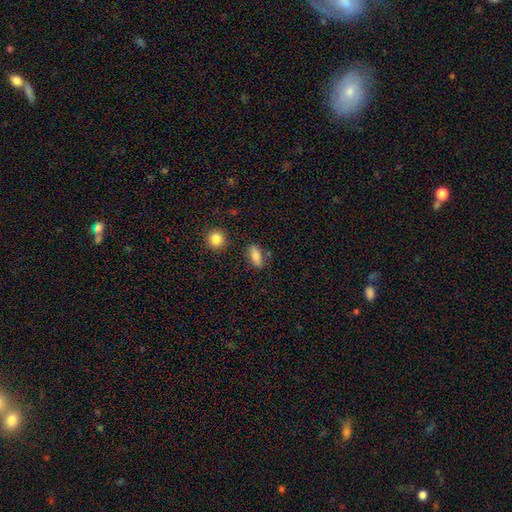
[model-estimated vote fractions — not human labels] A smooth galaxy with no disk features (81%) that is in between round and cigar-shaped (75%).

Vote fractions:
- Smooth or featured? smooth: 81% / featured or disk: 11% / star or artifact: 9%
- How rounded? in between: 75% / cigar-shaped: 18% / round: 6%
- Merging? none: 79% / minor disturbance: 13% / merger: 4% / major disturbance: 3%